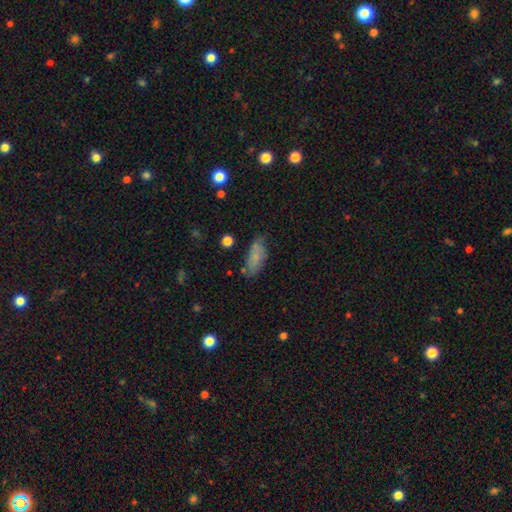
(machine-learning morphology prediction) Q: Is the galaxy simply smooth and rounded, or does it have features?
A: smooth — 72%.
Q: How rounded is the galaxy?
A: in between — 86%.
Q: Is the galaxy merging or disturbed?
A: none — 63%.